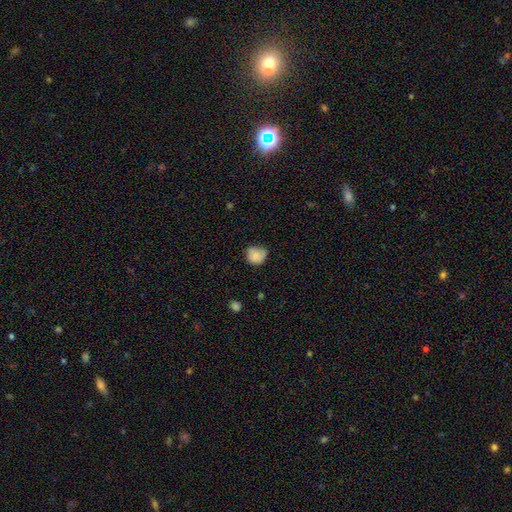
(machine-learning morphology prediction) smooth_or_featured: smooth (p=0.78) [alt: featured or disk p=0.14]
how_rounded: round (p=0.74) [alt: in between p=0.25]
merging: none (p=0.51) [alt: minor disturbance p=0.38]